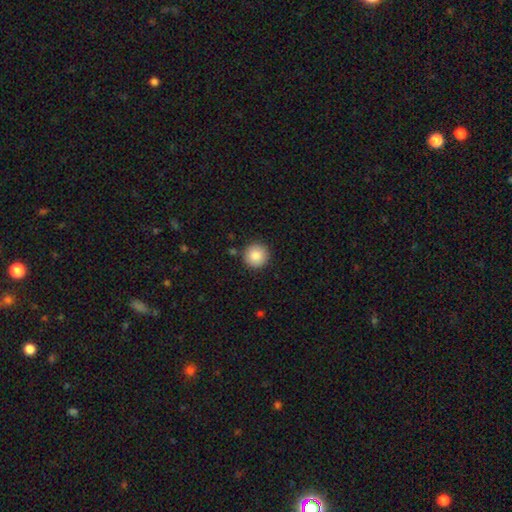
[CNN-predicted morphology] Smooth or featured: smooth — 87% (star or artifact — 8%)
How rounded: round — 96% (in between — 3%)
Merging: none — 91% (minor disturbance — 6%)